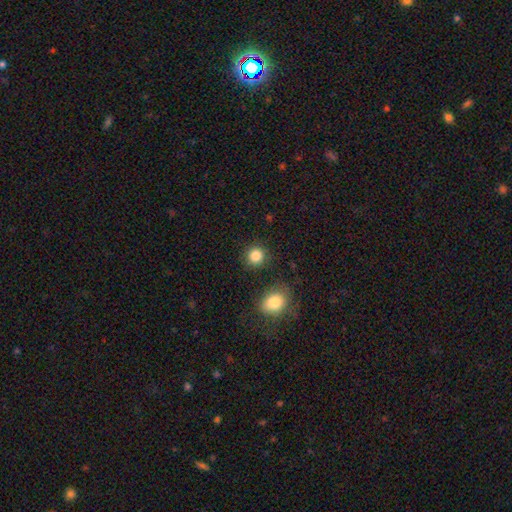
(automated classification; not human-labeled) The model was most divided on "smooth or featured": smooth: 86%, star or artifact: 10%, featured or disk: 4%. More confident: how rounded — round (89%); merging — none (86%).